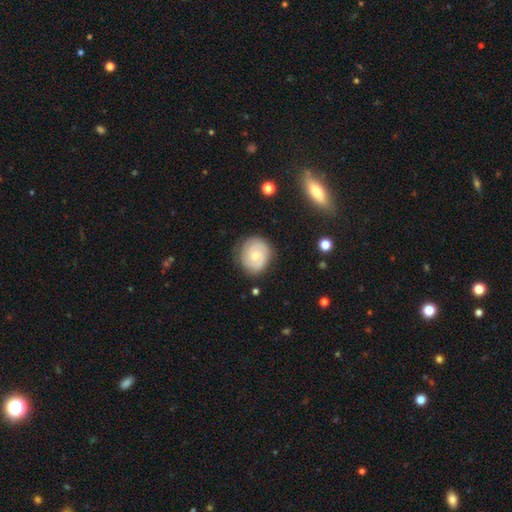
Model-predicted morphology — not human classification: Overall: featured or disk (55%; smooth 38%). Edge-on disk: no (97%). Bar: no (72%). Spiral arms: yes (81%). Bulge size: moderate (48%, tied with small). Merging: none (78%).